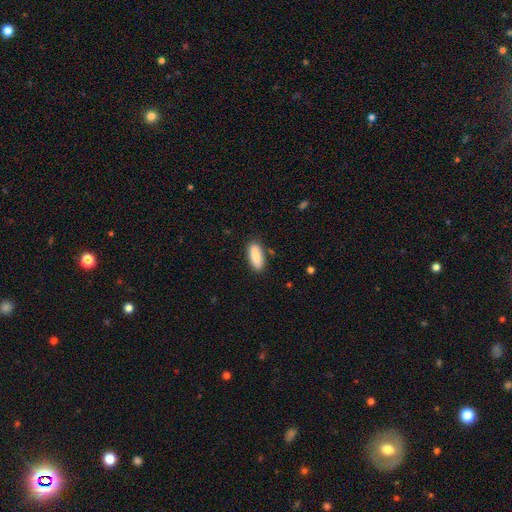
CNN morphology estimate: A smooth galaxy with no disk features (87%) that is in between round and cigar-shaped (74%). Merging: none (84%).